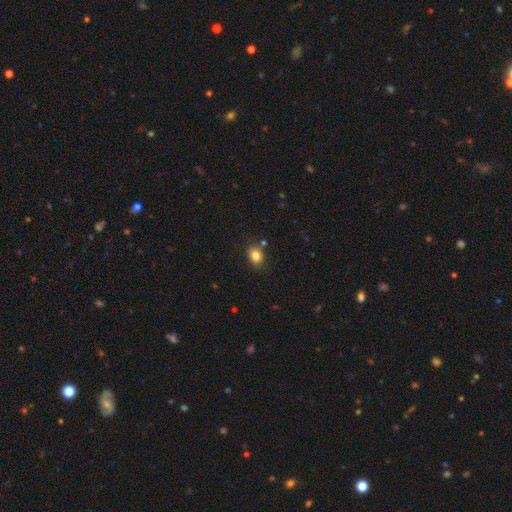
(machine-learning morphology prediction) This appears to be a smooth galaxy with no disk features (83%) that is in between round and cigar-shaped (62%). Merging: none (79%).